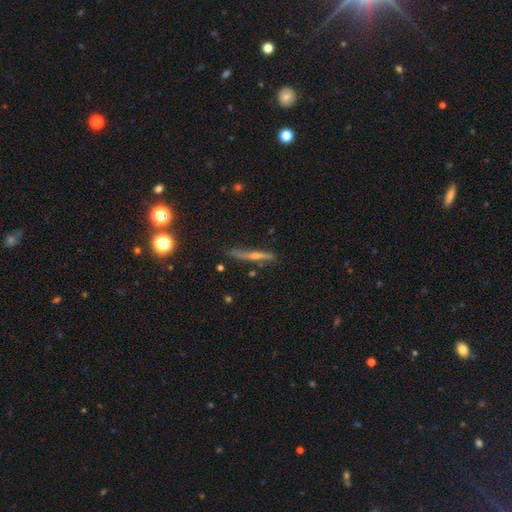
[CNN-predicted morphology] featured or disk 66%, smooth 23%, star or artifact 10%. Down the decision tree: edge-on disk — yes (93%); edge-on bulge — rounded (73%); merging — none (78%).